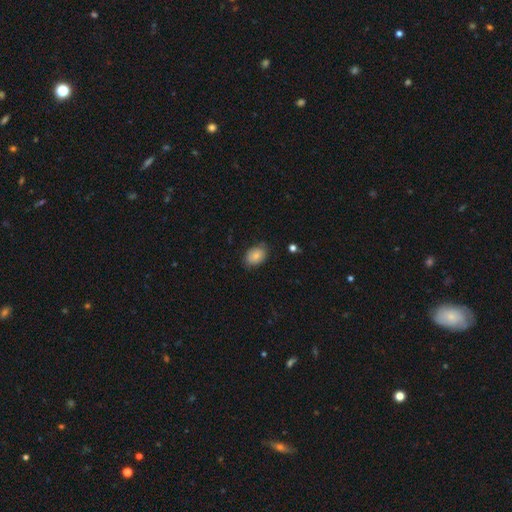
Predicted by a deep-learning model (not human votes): A smooth galaxy with no disk features (82%) that is in between round and cigar-shaped (75%).

Vote fractions:
- Smooth or featured? smooth: 82% / featured or disk: 10% / star or artifact: 8%
- How rounded? in between: 75% / round: 24% / cigar-shaped: 1%
- Merging? none: 75% / minor disturbance: 20% / major disturbance: 4% / merger: 1%